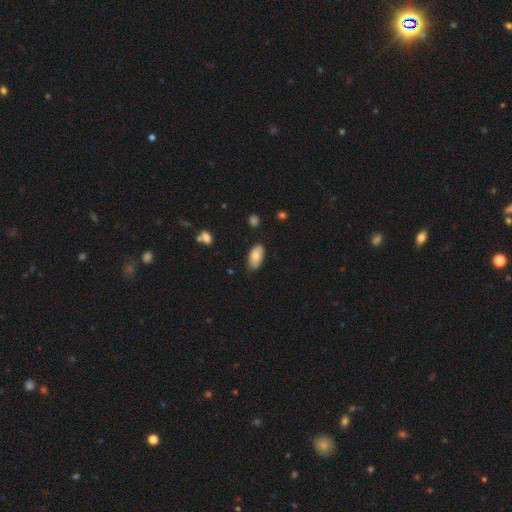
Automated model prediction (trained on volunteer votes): Smooth or featured? smooth (83%)
How rounded? in between (94%)
Merging? none (75%)